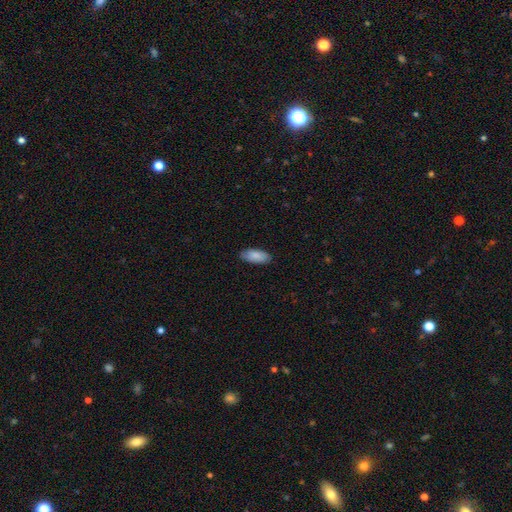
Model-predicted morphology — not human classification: The model was most divided on "how rounded": in between: 86%, cigar-shaped: 12%, round: 2%. More confident: smooth or featured — smooth (87%); merging — none (86%).